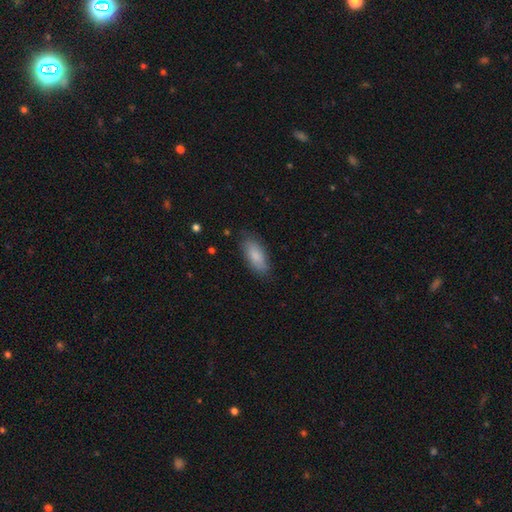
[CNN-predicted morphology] Smooth or featured? Predicted: smooth (p=0.82). How rounded? Predicted: in between (p=0.82). Merging? Predicted: none (p=0.80).